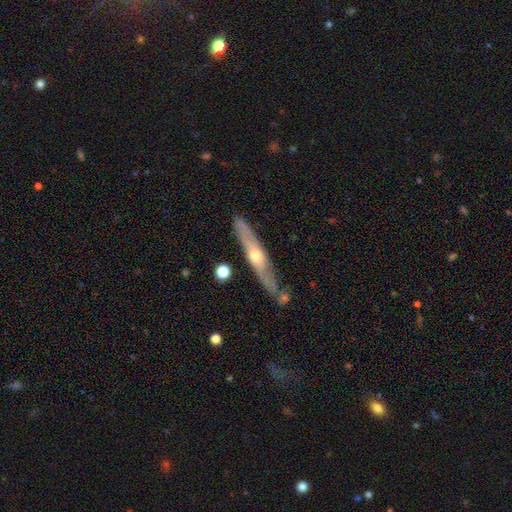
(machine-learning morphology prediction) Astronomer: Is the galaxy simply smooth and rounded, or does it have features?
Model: featured or disk — 65%.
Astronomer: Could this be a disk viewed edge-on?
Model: yes — 84%.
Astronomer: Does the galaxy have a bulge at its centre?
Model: rounded — 84%.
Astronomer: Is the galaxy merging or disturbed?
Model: none — 80%.